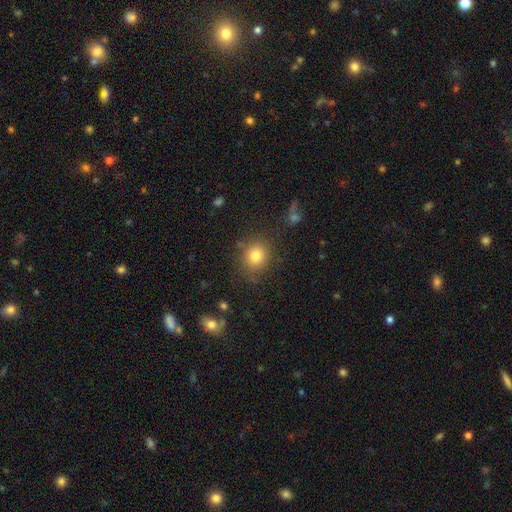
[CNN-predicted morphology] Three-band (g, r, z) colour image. It shows a smooth galaxy with no disk features (81%) that is round (68%). Merging: none (80%).